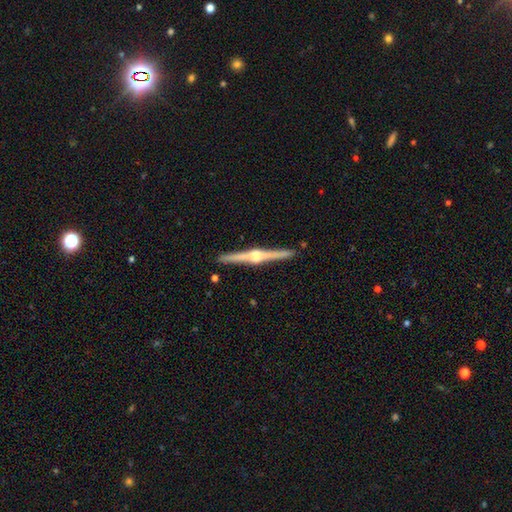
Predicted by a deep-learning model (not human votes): Q: Smooth or featured?
A: featured or disk (87%); runner-up: smooth (9%)
Q: Edge-on disk?
A: yes (99%); runner-up: no (1%)
Q: Edge-on bulge?
A: rounded (92%); runner-up: boxy (5%)
Q: Merging?
A: none (92%); runner-up: minor disturbance (5%)